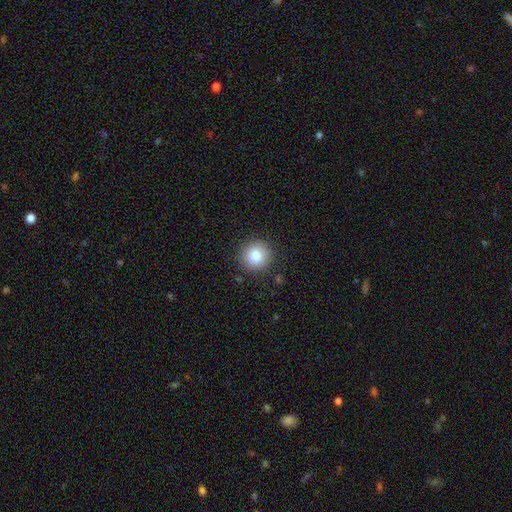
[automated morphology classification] smooth 84%, star or artifact 9%, featured or disk 7%. Down the decision tree: how rounded — round (93%); merging — none (89%).